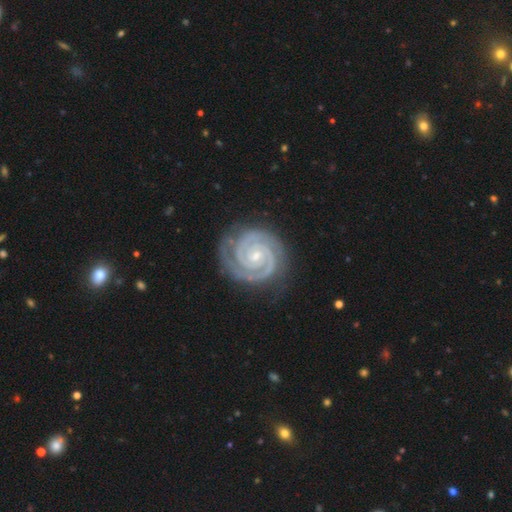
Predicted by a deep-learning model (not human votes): Smooth or featured? featured or disk (93%)
Edge-on disk? no (98%)
Bar? no (58%)
Spiral arms? yes (99%)
Spiral winding? tight (85%)
Spiral arm count? 2 (85%)
Bulge size? small (72%)
Merging? none (83%)